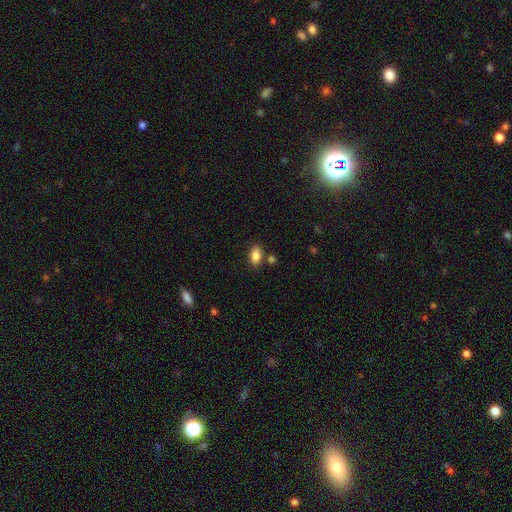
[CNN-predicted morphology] type=smooth (85%); roundness=in between (90%); merging=none (78%).